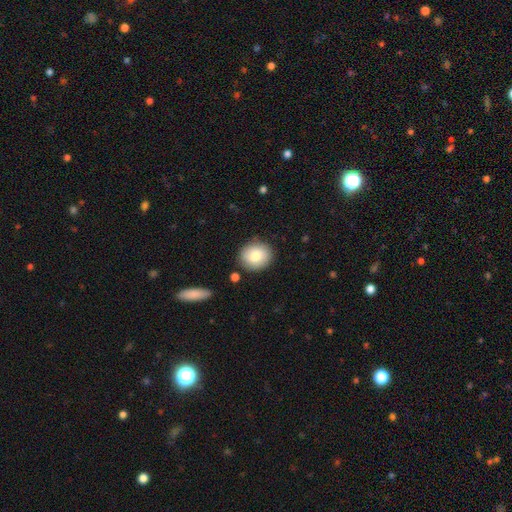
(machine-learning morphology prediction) This appears to be a smooth galaxy with no disk features (79%) that is round (79%). Merging: none (84%).